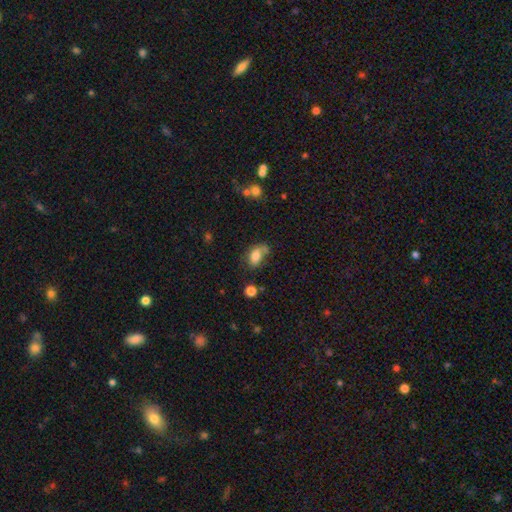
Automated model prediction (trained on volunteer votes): smooth_or_featured: smooth (p=0.78) [alt: featured or disk p=0.12]
how_rounded: in between (p=0.85) [alt: round p=0.12]
merging: none (p=0.44) [alt: minor disturbance p=0.27]